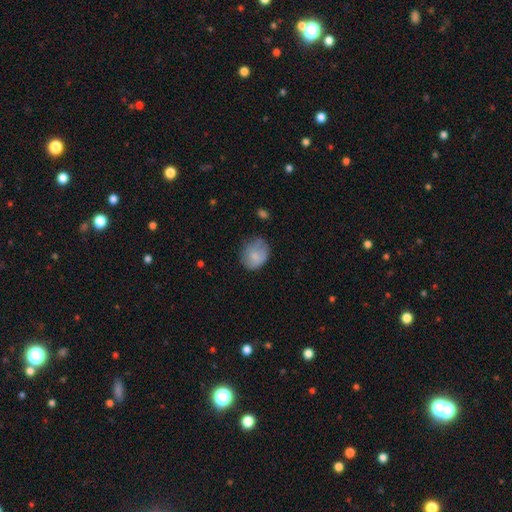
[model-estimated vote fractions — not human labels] Smooth or featured? Predicted: smooth (p=0.79). How rounded? Predicted: round (p=0.58). Merging? Predicted: none (p=0.58).